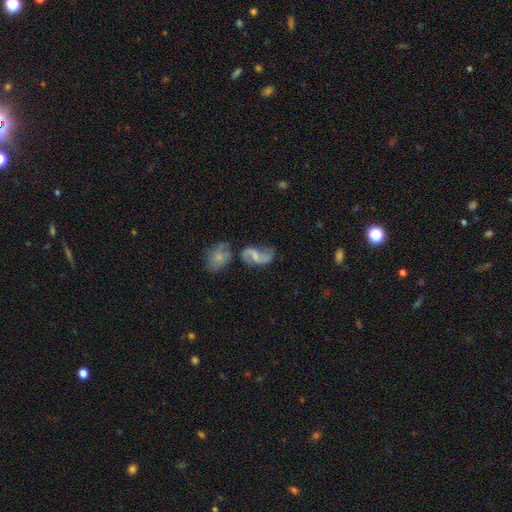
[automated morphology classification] smooth-or-featured: featured or disk: 72% | smooth: 20% | star or artifact: 8%
  disk-edge-on: no: 97% | yes: 3%
    bar: weak: 50% | no: 31% | strong: 18%
    has-spiral-arms: yes: 90% | no: 10%
      spiral-winding: loose: 71% | medium: 23% | tight: 5%
      spiral-arm-count: 2: 89% | can't tell: 4% | 1: 4% | 3: 1% | 4: 1% | more than 4: 1%
    bulge-size: small: 42% | none: 32% | moderate: 21% | large: 3% | dominant: 1%
  merging: none: 49% | minor disturbance: 20% | merger: 17% | major disturbance: 14%